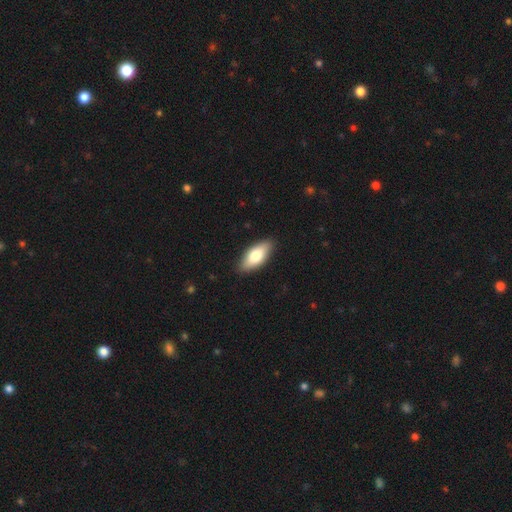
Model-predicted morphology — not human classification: Smooth or featured: smooth — 76% (featured or disk — 19%)
How rounded: in between — 82% (cigar-shaped — 16%)
Merging: none — 88% (minor disturbance — 9%)